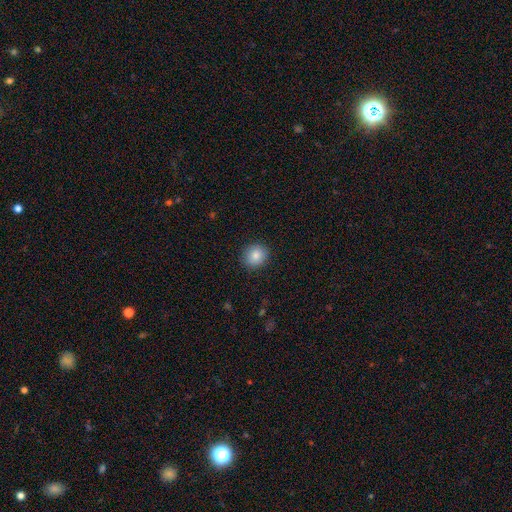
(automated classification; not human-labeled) Smooth or featured?
  - smooth: 85% *
  - star or artifact: 9%
  - featured or disk: 6%
How rounded?
  - round: 82% *
  - in between: 17%
  - cigar-shaped: 1%
Merging?
  - none: 90% *
  - minor disturbance: 7%
  - major disturbance: 2%
  - merger: 1%